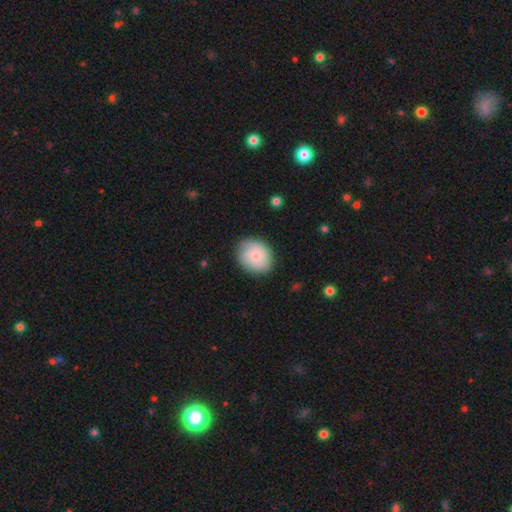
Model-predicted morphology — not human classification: type=smooth (60%); roundness=round (58%); merging=none (78%).